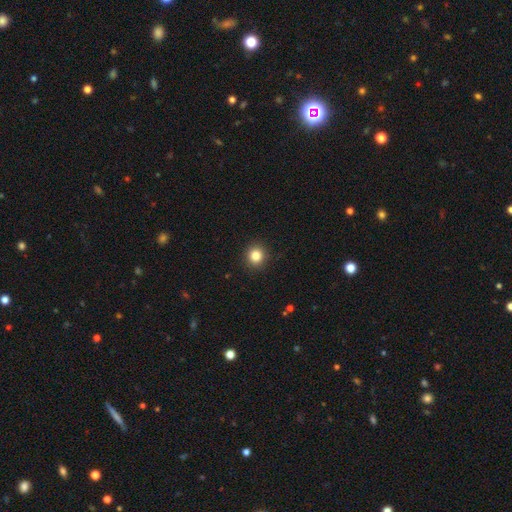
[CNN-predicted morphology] smooth_or_featured: smooth (p=0.84) [alt: star or artifact p=0.11]
how_rounded: round (p=0.90) [alt: in between p=0.09]
merging: none (p=0.92) [alt: minor disturbance p=0.05]